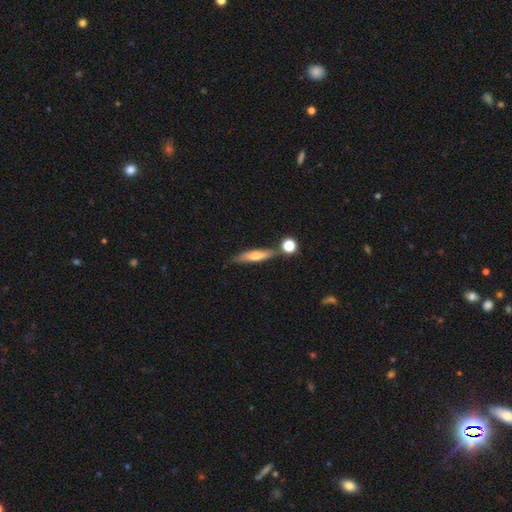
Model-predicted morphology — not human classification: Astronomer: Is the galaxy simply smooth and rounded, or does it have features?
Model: smooth — 60%.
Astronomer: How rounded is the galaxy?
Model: cigar-shaped — 77%.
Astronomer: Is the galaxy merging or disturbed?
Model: none — 68%.